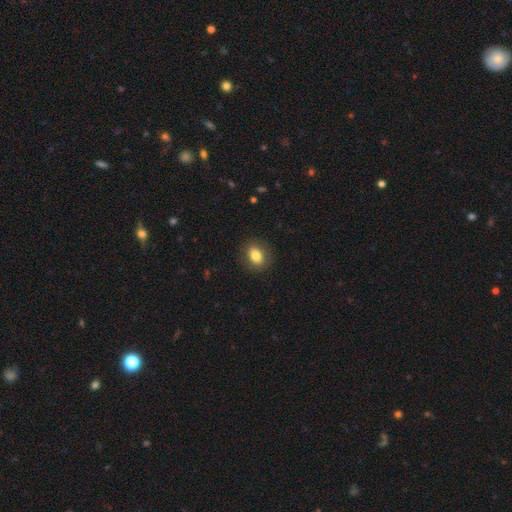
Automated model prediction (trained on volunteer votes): smooth_or_featured: smooth (p=0.80) [alt: featured or disk p=0.11]
how_rounded: in between (p=0.57) [alt: round p=0.42]
merging: none (p=0.86) [alt: minor disturbance p=0.09]